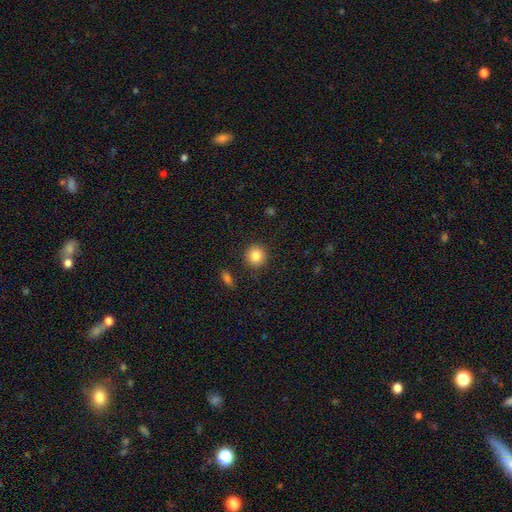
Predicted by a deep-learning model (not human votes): This appears to be a smooth galaxy with no disk features (85%) that is round (93%). Merging: none (89%).